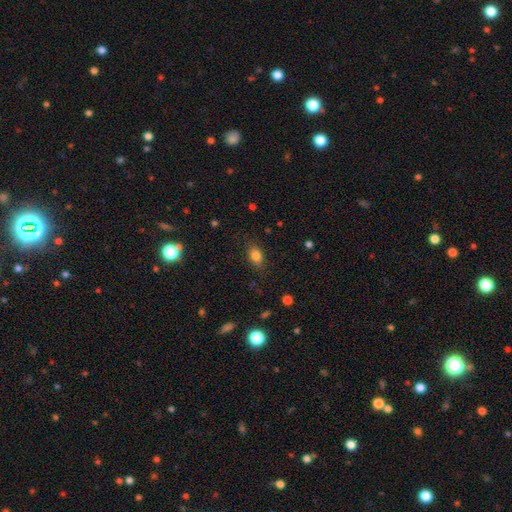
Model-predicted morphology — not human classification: A smooth galaxy with no disk features (81%) that is in between round and cigar-shaped (79%).

Vote fractions:
- Smooth or featured? smooth: 81% / star or artifact: 11% / featured or disk: 8%
- How rounded? in between: 79% / round: 18% / cigar-shaped: 3%
- Merging? none: 84% / minor disturbance: 12% / major disturbance: 3% / merger: 1%